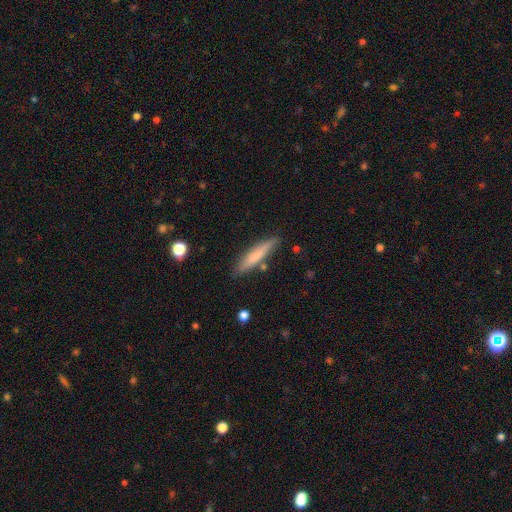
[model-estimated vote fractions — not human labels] smooth 68%, featured or disk 26%, star or artifact 6%. Down the decision tree: how rounded — cigar-shaped (89%); merging — none (81%).